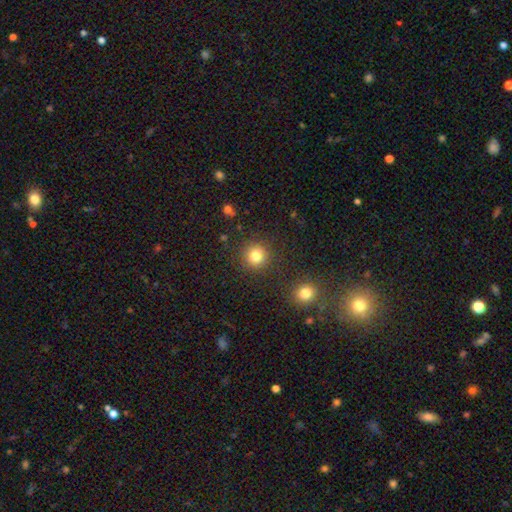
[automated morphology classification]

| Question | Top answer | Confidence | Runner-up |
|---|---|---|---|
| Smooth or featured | smooth | 81% | star or artifact (13%) |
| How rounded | round | 94% | in between (5%) |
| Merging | none | 89% | minor disturbance (6%) |